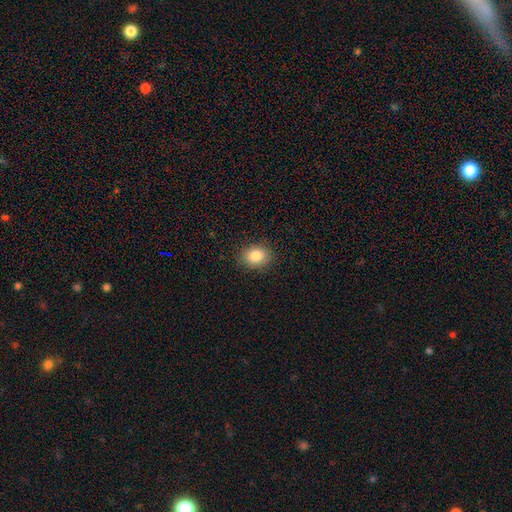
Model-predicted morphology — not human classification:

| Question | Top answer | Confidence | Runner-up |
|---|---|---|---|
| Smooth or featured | smooth | 84% | star or artifact (9%) |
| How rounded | in between | 50% | round (49%) |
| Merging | none | 87% | minor disturbance (9%) |